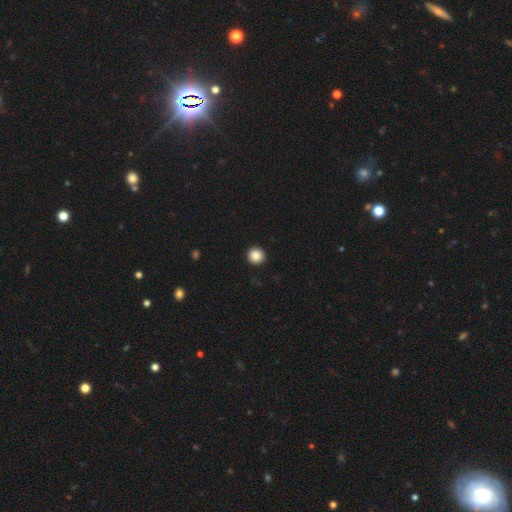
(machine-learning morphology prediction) smooth_or_featured: smooth (p=0.86) [alt: star or artifact p=0.10]
how_rounded: round (p=0.95) [alt: in between p=0.04]
merging: none (p=0.94) [alt: minor disturbance p=0.03]